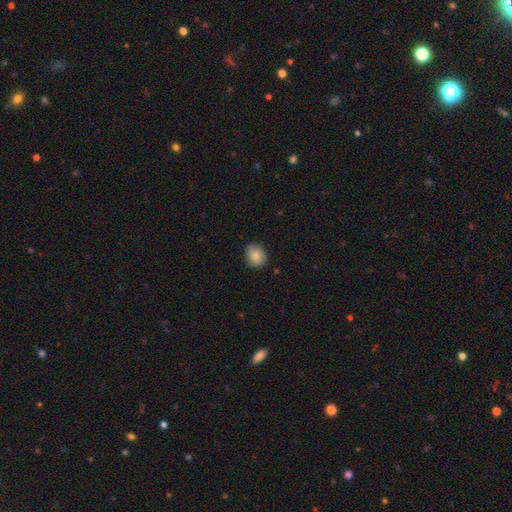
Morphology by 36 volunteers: smooth_or_featured: smooth (p=0.89) [alt: featured or disk p=0.06]
how_rounded: round (p=0.75) [alt: in between p=0.25]
merging: none (p=0.82) [alt: minor disturbance p=0.15]